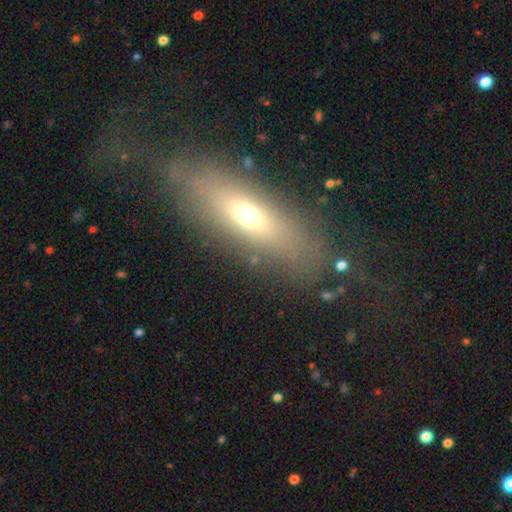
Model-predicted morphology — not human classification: Q: Smooth or featured?
A: smooth (56%); runner-up: featured or disk (31%)
Q: How rounded?
A: in between (50%); runner-up: cigar-shaped (45%)
Q: Merging?
A: none (69%); runner-up: minor disturbance (16%)